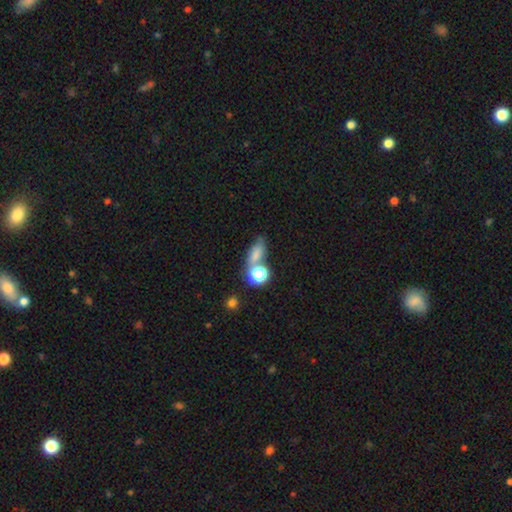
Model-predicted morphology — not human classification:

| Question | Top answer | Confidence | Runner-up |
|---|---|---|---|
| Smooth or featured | smooth | 69% | star or artifact (18%) |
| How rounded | in between | 63% | round (25%) |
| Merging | none | 44% | merger (31%) |